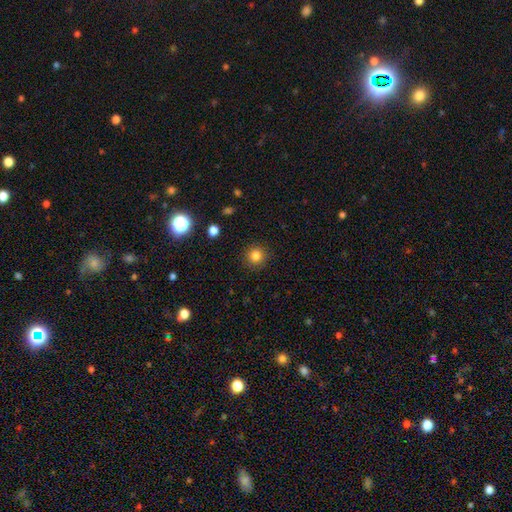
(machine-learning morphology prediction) Smooth or featured? Predicted: smooth (p=0.83). How rounded? Predicted: round (p=0.94). Merging? Predicted: none (p=0.91).